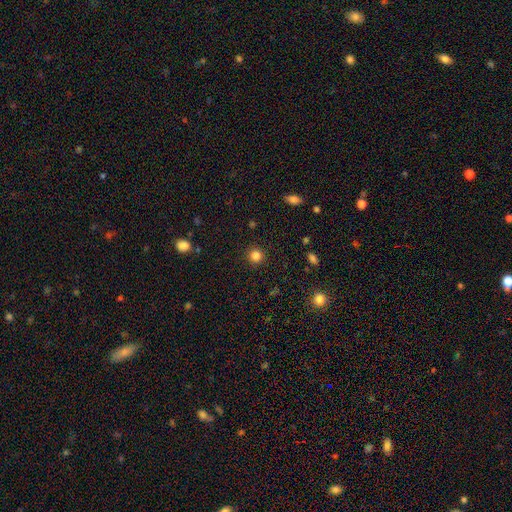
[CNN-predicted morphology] The model was most divided on "smooth or featured": smooth: 83%, star or artifact: 12%, featured or disk: 4%. More confident: how rounded — round (93%); merging — none (91%).